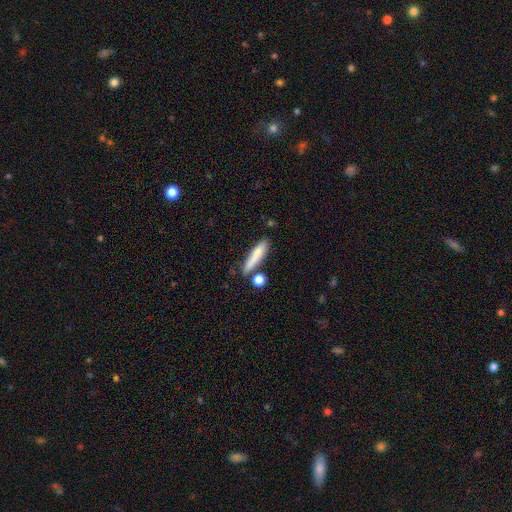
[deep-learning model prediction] A smooth galaxy with no disk features (76%) that is cigar-shaped (81%).

Vote fractions:
- Smooth or featured? smooth: 76% / featured or disk: 16% / star or artifact: 8%
- How rounded? cigar-shaped: 81% / in between: 16% / round: 3%
- Merging? none: 69% / minor disturbance: 17% / merger: 10% / major disturbance: 5%